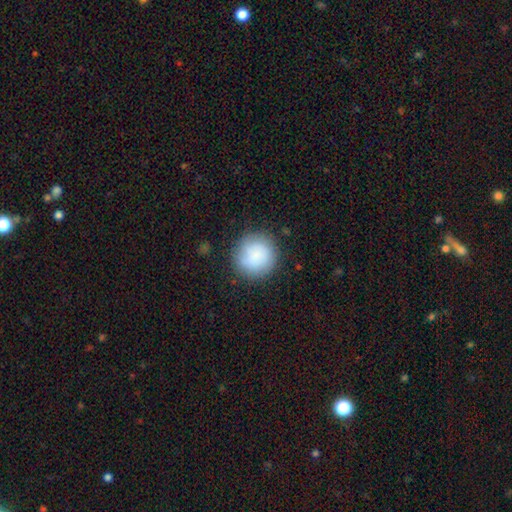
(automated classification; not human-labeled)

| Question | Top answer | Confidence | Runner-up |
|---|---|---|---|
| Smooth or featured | smooth | 84% | featured or disk (9%) |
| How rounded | round | 94% | in between (5%) |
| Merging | none | 83% | minor disturbance (11%) |